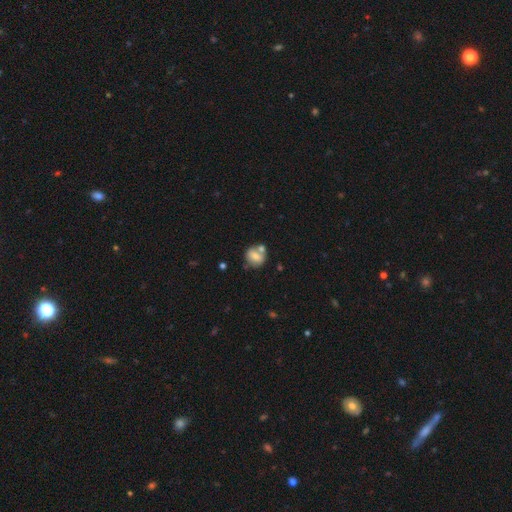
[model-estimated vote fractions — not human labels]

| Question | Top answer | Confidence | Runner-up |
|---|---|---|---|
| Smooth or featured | smooth | 67% | featured or disk (24%) |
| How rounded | round | 71% | in between (28%) |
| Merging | none | 53% | merger (30%) |